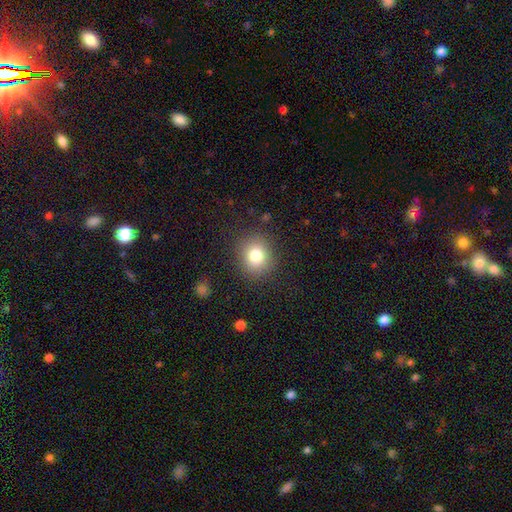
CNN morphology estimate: Smooth or featured? Predicted: smooth (p=0.79). How rounded? Predicted: round (p=0.79). Merging? Predicted: none (p=0.87).